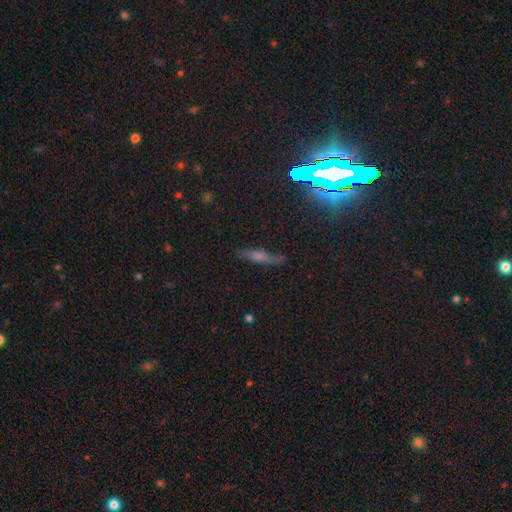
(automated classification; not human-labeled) Q: Smooth or featured?
A: featured or disk (43%); runner-up: smooth (33%)
Q: Merging?
A: none (77%); runner-up: minor disturbance (16%)